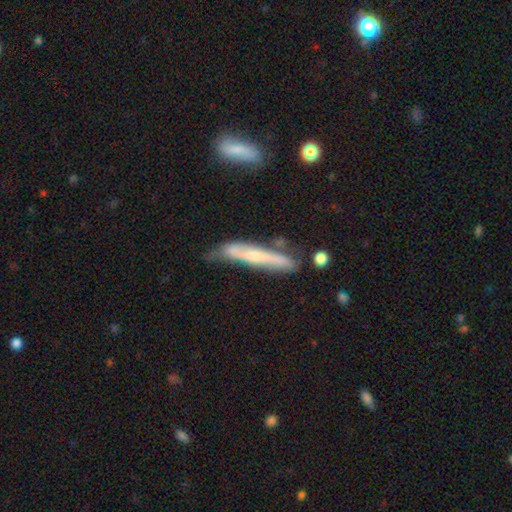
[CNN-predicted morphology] smooth_or_featured: featured or disk (p=0.52) [alt: smooth p=0.41]
disk_edge_on: yes (p=0.78) [alt: no p=0.22]
merging: none (p=0.55) [alt: minor disturbance p=0.29]